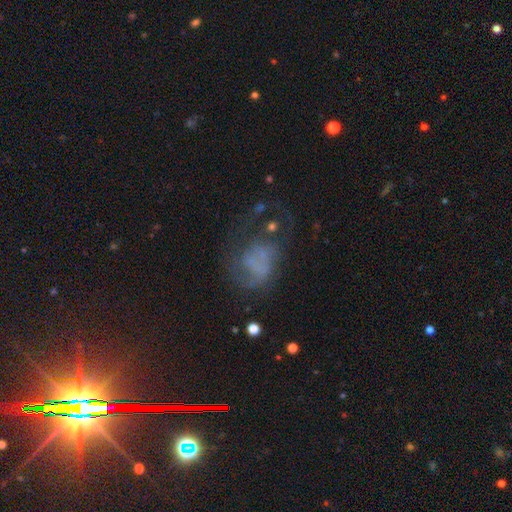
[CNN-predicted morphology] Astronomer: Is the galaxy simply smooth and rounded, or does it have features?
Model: featured or disk — 40% (runner-up: star or artifact, 37%).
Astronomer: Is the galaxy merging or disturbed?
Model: none — 51%.